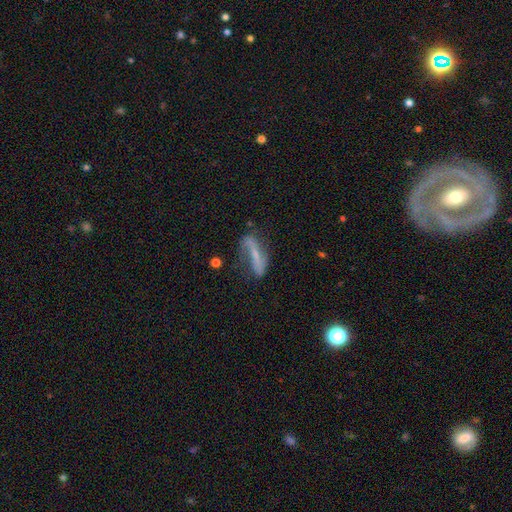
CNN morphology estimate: A featured or disk galaxy (63%).

Vote fractions:
- Smooth or featured? featured or disk: 63% / smooth: 28% / star or artifact: 9%
- Edge-on disk? no: 78% / yes: 22%
- Merging? none: 46% / minor disturbance: 27% / major disturbance: 22% / merger: 5%